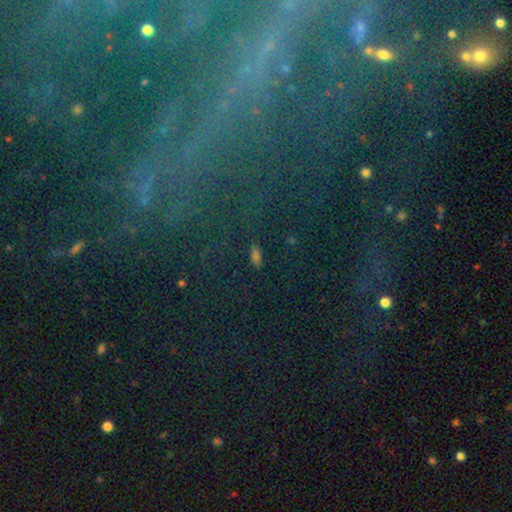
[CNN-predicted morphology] This appears to be a smooth galaxy with no disk features (58%) that is in between round and cigar-shaped (79%). Merging: none (82%).